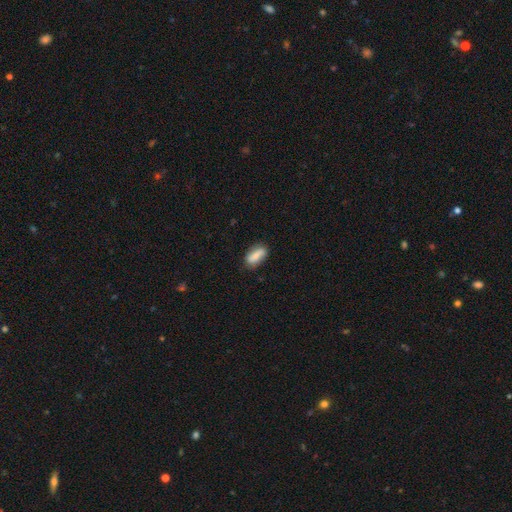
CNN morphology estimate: Q: Smooth or featured?
A: smooth (70%); runner-up: featured or disk (23%)
Q: How rounded?
A: in between (82%); runner-up: cigar-shaped (13%)
Q: Merging?
A: none (76%); runner-up: minor disturbance (17%)